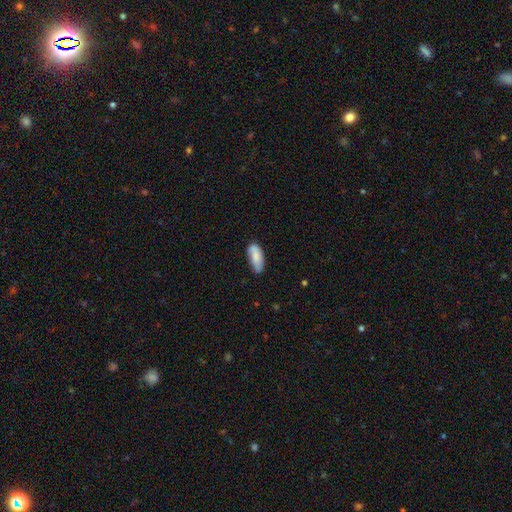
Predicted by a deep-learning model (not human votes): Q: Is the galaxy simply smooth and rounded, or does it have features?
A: smooth — 83%.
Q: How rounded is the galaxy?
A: in between — 81%.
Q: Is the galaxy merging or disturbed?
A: none — 66%.